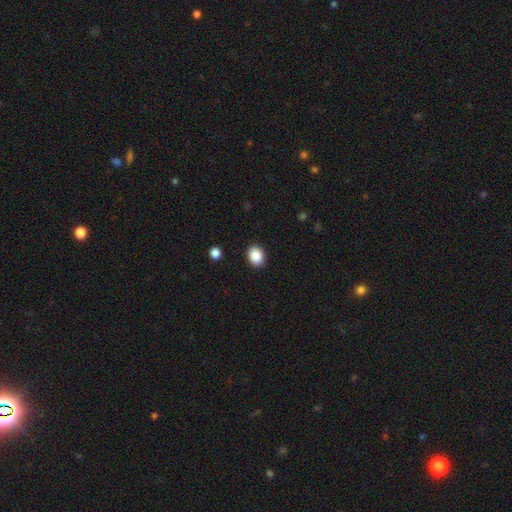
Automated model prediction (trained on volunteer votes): This is clearly a smooth galaxy (88%). How rounded: possibly in between (51%). Merging: clearly none (90%).